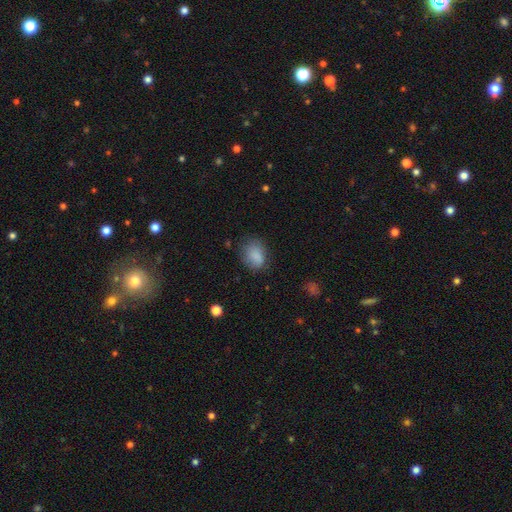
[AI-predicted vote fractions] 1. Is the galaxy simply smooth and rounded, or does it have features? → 85% smooth, 9% star or artifact, 6% featured or disk.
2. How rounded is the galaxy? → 67% in between, 32% round, 1% cigar-shaped.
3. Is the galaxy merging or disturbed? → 67% none, 24% minor disturbance, 7% major disturbance, 2% merger.